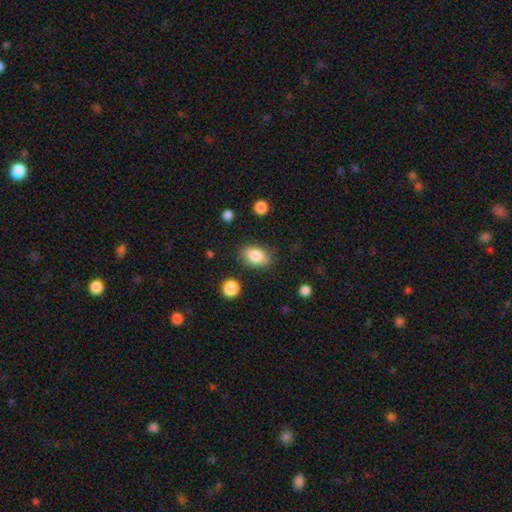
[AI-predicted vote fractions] Smooth or featured: smooth — 84% (featured or disk — 8%)
How rounded: in between — 88% (round — 10%)
Merging: none — 83% (minor disturbance — 12%)